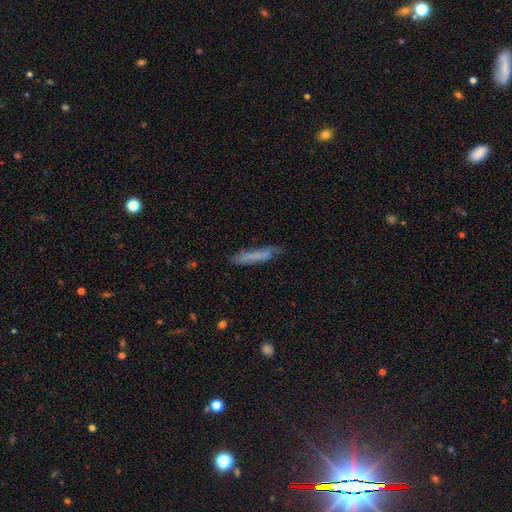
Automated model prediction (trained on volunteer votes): Overall: smooth (64%; featured or disk 28%). How rounded: cigar-shaped (90%). Merging: none (68%).